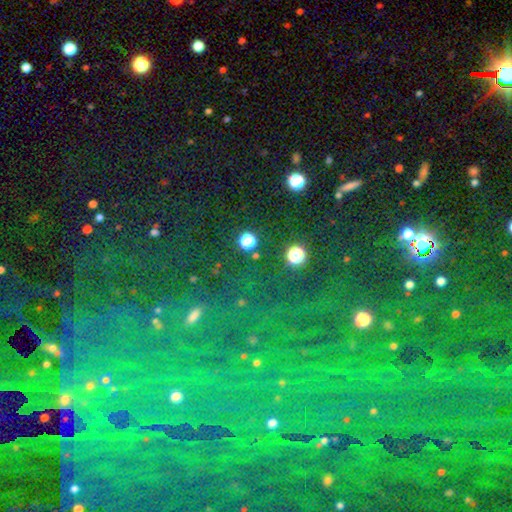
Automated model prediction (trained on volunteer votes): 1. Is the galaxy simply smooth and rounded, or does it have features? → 45% star or artifact, 44% smooth, 11% featured or disk.